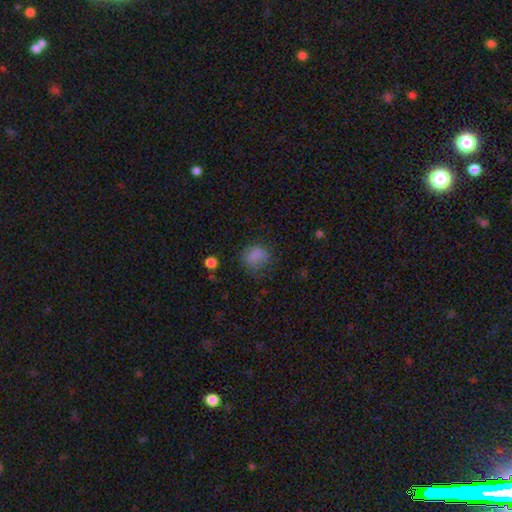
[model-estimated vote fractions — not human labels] Smooth or featured? Predicted: smooth (p=0.79). How rounded? Predicted: round (p=0.64). Merging? Predicted: none (p=0.62).